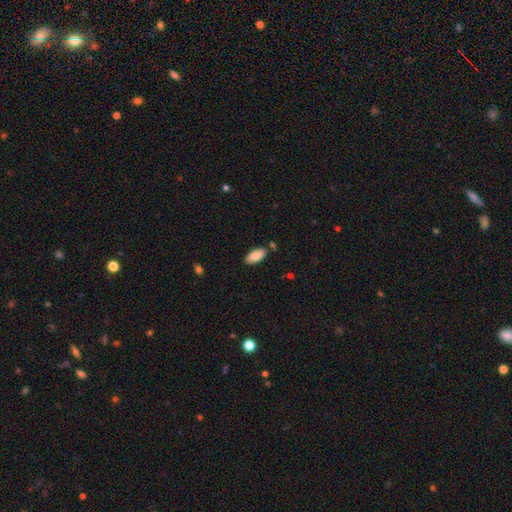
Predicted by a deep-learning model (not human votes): Q: Smooth or featured?
A: smooth (86%); runner-up: featured or disk (7%)
Q: How rounded?
A: in between (92%); runner-up: cigar-shaped (6%)
Q: Merging?
A: none (81%); runner-up: minor disturbance (12%)